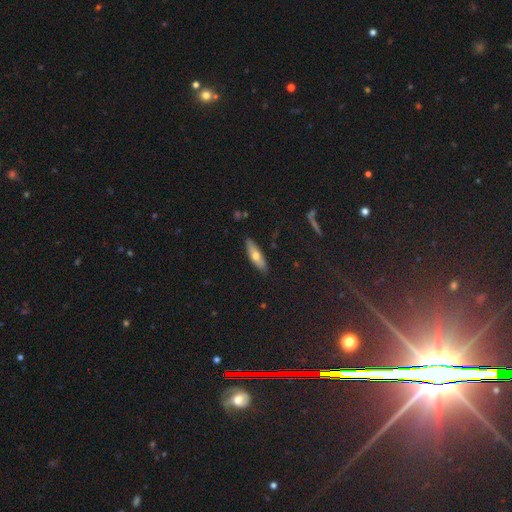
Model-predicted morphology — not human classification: Q: Smooth or featured?
A: smooth (59%); runner-up: featured or disk (34%)
Q: How rounded?
A: cigar-shaped (52%); runner-up: in between (46%)
Q: Merging?
A: none (86%); runner-up: minor disturbance (10%)